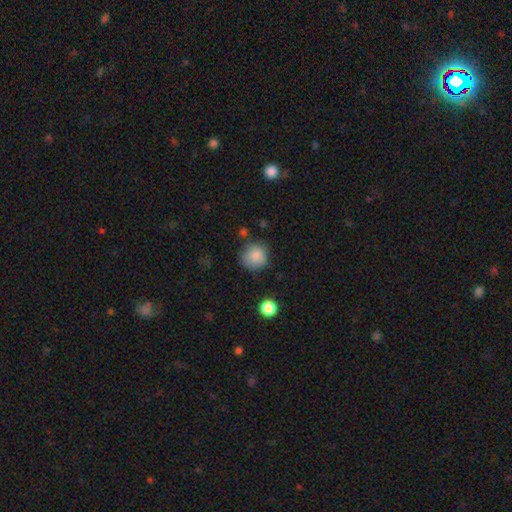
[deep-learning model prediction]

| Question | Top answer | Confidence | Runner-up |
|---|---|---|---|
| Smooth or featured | smooth | 85% | star or artifact (9%) |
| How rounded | round | 91% | in between (8%) |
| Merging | none | 74% | minor disturbance (18%) |